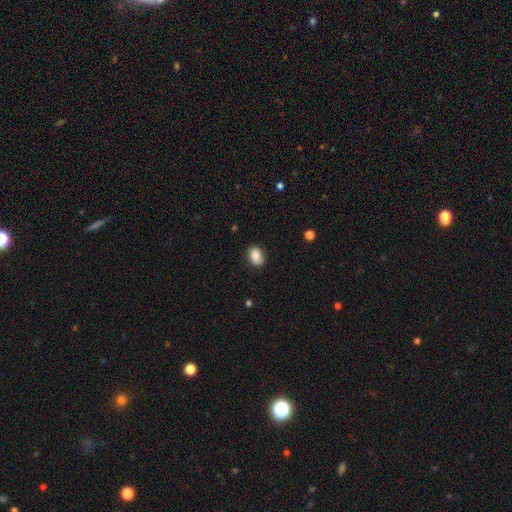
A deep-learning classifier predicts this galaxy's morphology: A smooth galaxy with no disk features (83%) that is in between round and cigar-shaped (75%). Merging: none (77%).